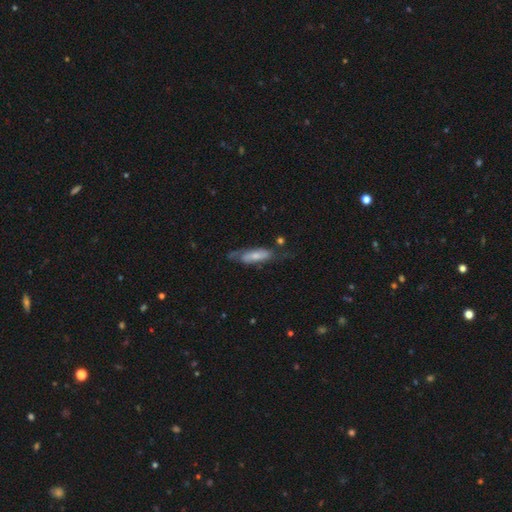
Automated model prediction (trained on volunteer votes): This appears to be a featured or disk galaxy (47%). Merging: none (48%).